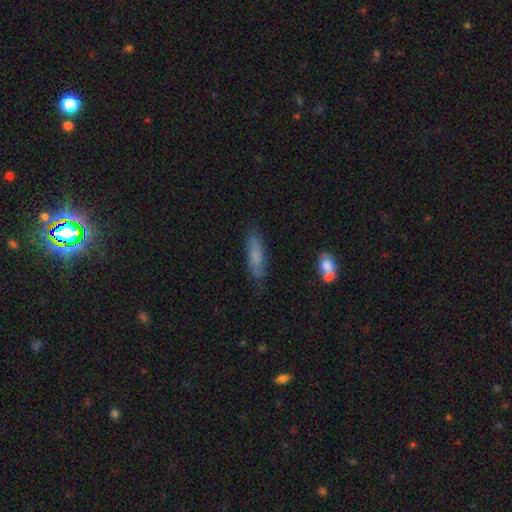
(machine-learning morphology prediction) type=smooth (66%); roundness=cigar-shaped (59%); merging=none (75%).